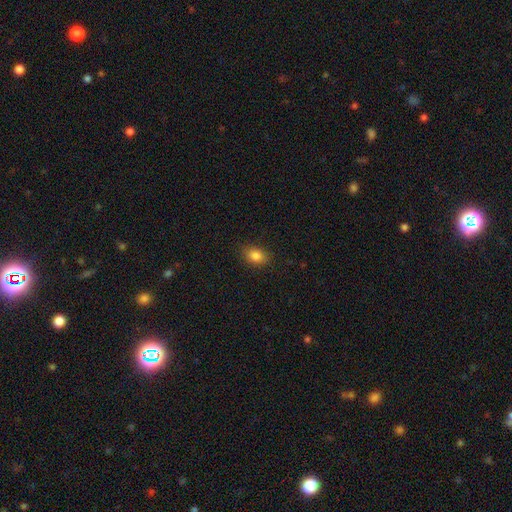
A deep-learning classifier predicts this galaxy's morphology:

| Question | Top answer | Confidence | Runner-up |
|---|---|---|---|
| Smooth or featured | smooth | 84% | star or artifact (10%) |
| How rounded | in between | 78% | round (21%) |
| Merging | none | 86% | minor disturbance (11%) |